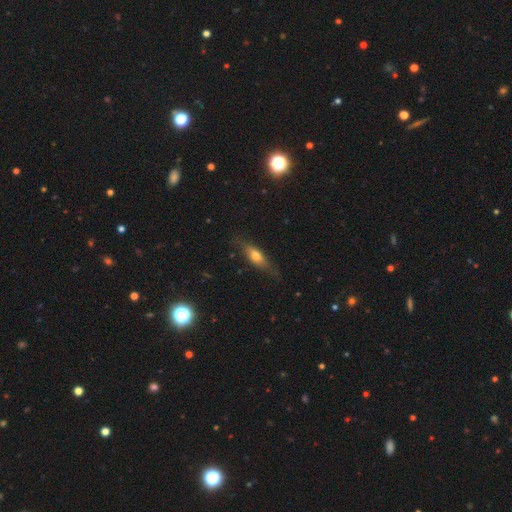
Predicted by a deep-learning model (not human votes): Q: Smooth or featured?
A: smooth (53%); runner-up: featured or disk (39%)
Q: How rounded?
A: in between (49%); runner-up: cigar-shaped (47%)
Q: Merging?
A: none (74%); runner-up: minor disturbance (19%)